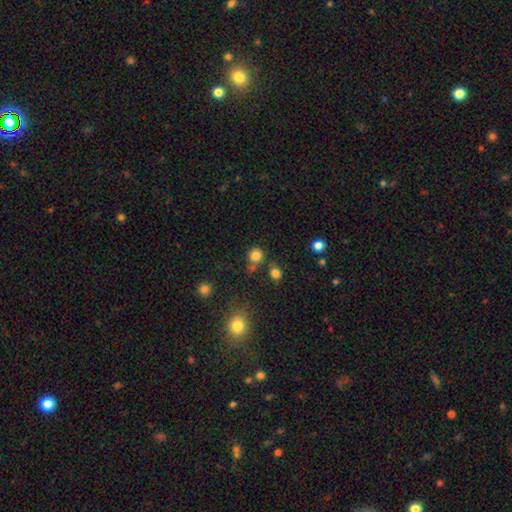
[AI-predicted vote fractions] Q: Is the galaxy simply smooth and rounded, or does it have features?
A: smooth — 81%.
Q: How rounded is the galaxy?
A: round — 86%.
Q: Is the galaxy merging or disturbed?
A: none — 63%.